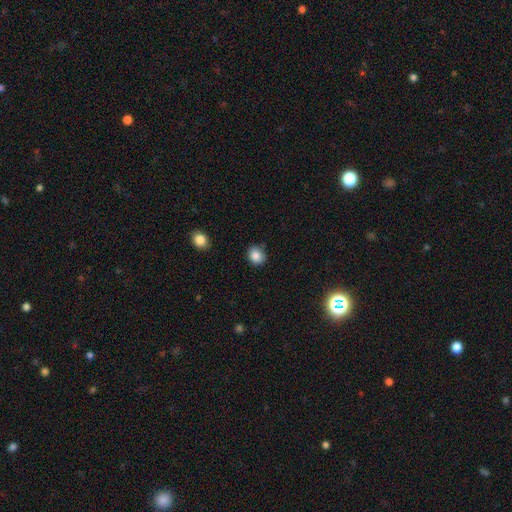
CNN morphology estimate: type=smooth (85%); roundness=round (76%); merging=none (81%).